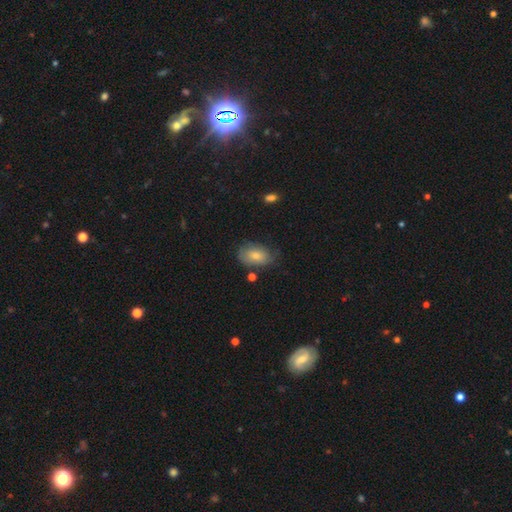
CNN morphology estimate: Overall: smooth (76%). How rounded: in between (88%). Merging: none (61%; minor disturbance 27%).